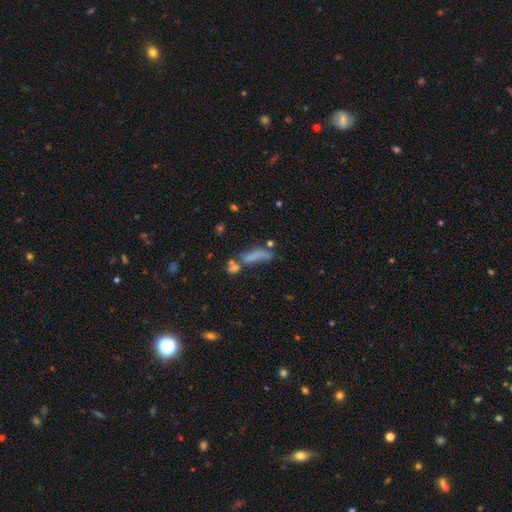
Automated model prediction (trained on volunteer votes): smooth-or-featured: smooth: 62% | featured or disk: 24% | star or artifact: 14%
  how-rounded: cigar-shaped: 62% | in between: 34% | round: 4%
  merging: none: 35% | merger: 29% | minor disturbance: 19% | major disturbance: 17%